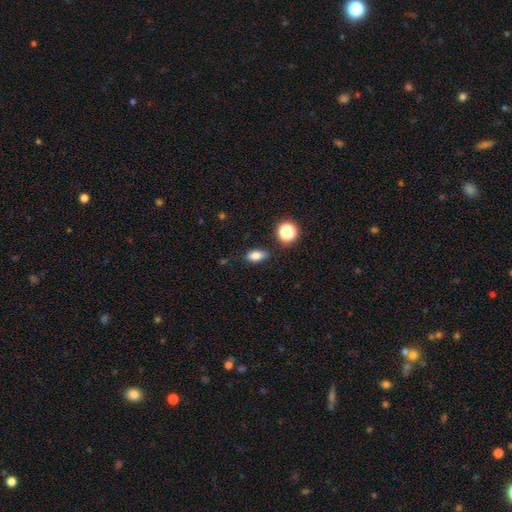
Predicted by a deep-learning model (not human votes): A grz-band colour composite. It shows a smooth galaxy with no disk features (80%) that is in between round and cigar-shaped (82%). Merging: none (80%).